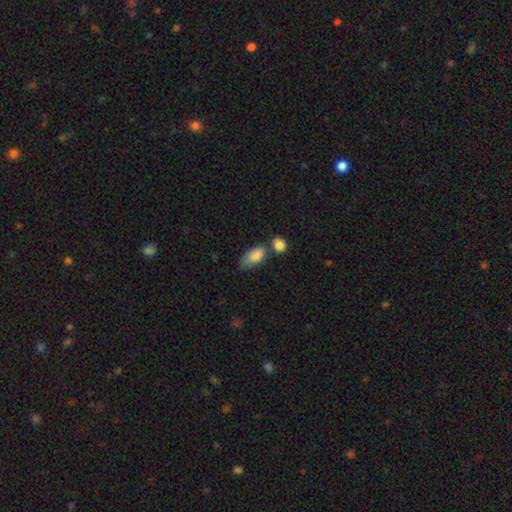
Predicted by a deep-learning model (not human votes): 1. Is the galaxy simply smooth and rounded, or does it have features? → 85% smooth, 8% featured or disk, 7% star or artifact.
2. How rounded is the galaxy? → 90% in between, 5% cigar-shaped, 5% round.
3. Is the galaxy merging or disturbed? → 37% none, 31% minor disturbance, 20% merger, 11% major disturbance.